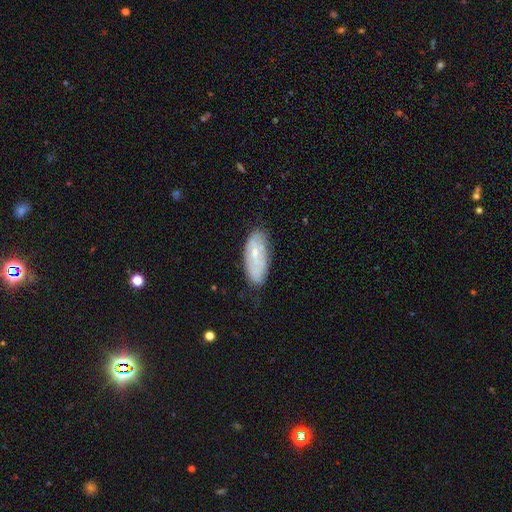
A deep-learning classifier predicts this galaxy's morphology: smooth_or_featured: smooth (p=0.46) [tied with: featured or disk p=0.46]
merging: none (p=0.70) [alt: minor disturbance p=0.23]